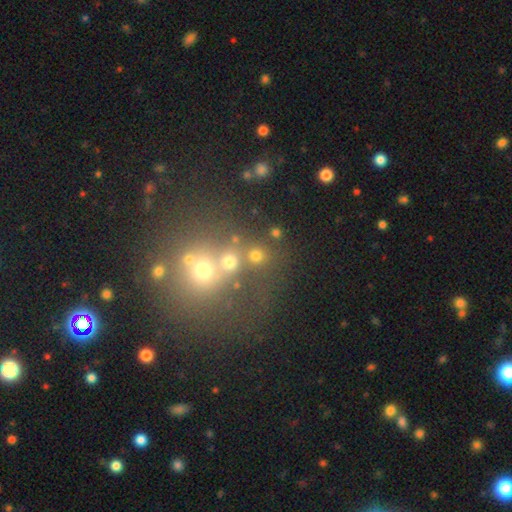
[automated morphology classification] Smooth or featured?
  - smooth: 65% *
  - star or artifact: 24%
  - featured or disk: 11%
How rounded?
  - round: 87% *
  - in between: 12%
  - cigar-shaped: 1%
Merging?
  - none: 61% *
  - merger: 27%
  - minor disturbance: 7%
  - major disturbance: 5%